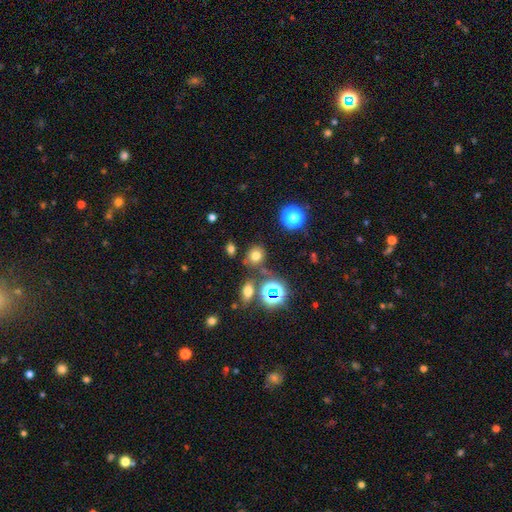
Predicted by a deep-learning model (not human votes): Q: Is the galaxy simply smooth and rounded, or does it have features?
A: smooth — 68%.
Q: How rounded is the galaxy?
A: round — 72%.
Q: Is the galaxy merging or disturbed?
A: none — 76%.